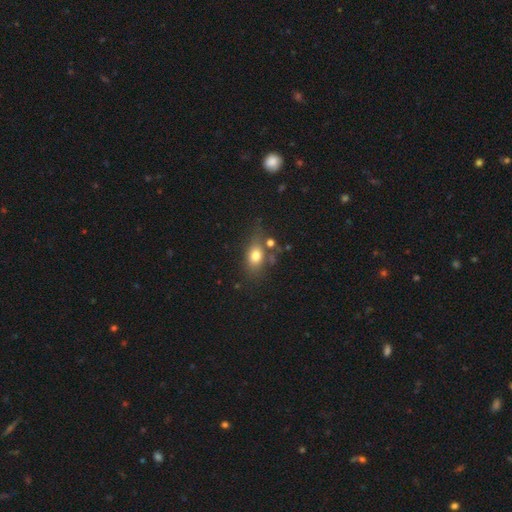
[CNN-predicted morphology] Smooth or featured: smooth — 76% (featured or disk — 14%)
How rounded: in between — 70% (round — 25%)
Merging: none — 60% (minor disturbance — 19%)